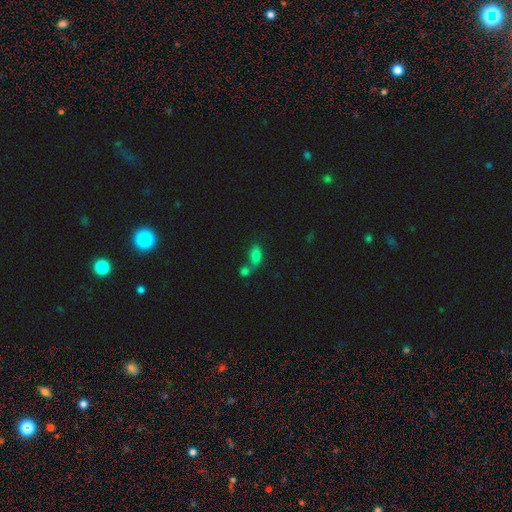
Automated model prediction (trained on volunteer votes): Smooth or featured?
  - smooth: 81% *
  - star or artifact: 12%
  - featured or disk: 7%
How rounded?
  - in between: 88% *
  - round: 7%
  - cigar-shaped: 5%
Merging?
  - none: 42% *
  - merger: 40%
  - minor disturbance: 13%
  - major disturbance: 5%